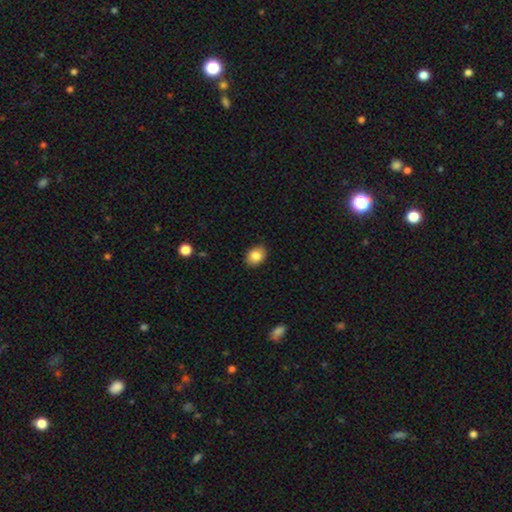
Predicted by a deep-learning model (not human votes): smooth-or-featured: smooth: 85% | star or artifact: 8% | featured or disk: 6%
  how-rounded: in between: 70% | round: 29% | cigar-shaped: 1%
  merging: none: 87% | minor disturbance: 10% | major disturbance: 2% | merger: 1%